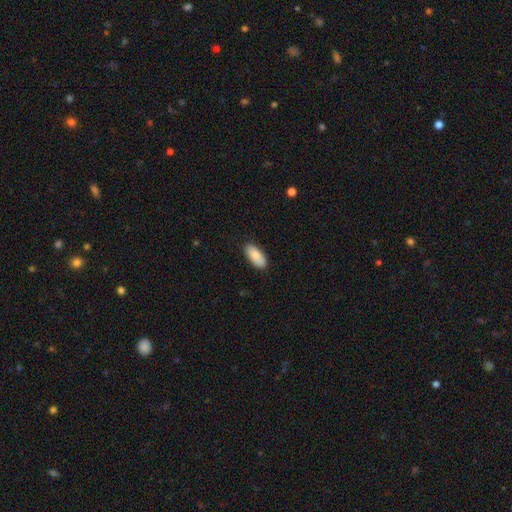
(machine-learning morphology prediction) Smooth or featured? smooth (84%)
How rounded? in between (88%)
Merging? none (86%)